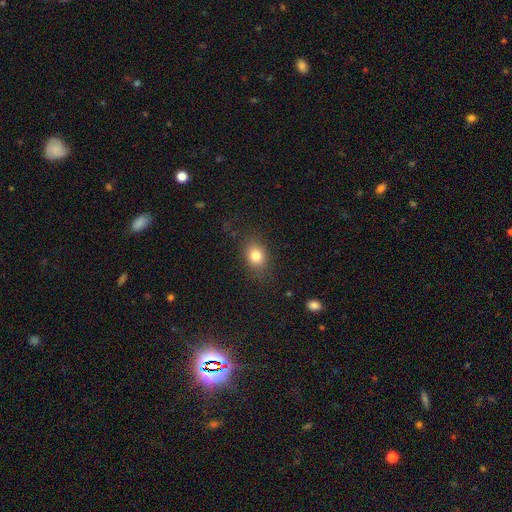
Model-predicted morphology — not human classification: Smooth or featured? Predicted: smooth (p=0.81). How rounded? Predicted: in between (p=0.54). Merging? Predicted: none (p=0.81).